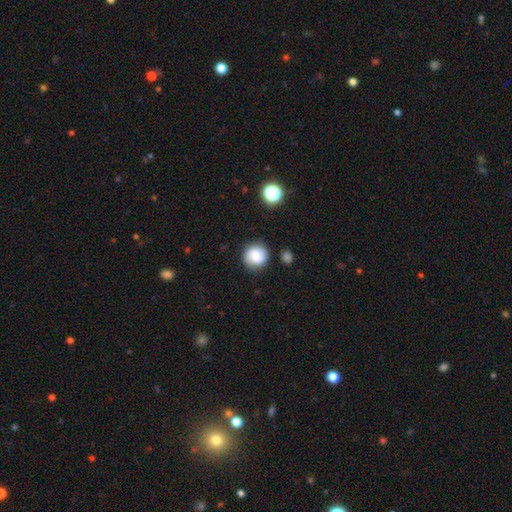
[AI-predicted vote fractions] smooth 79%, featured or disk 12%, star or artifact 9%. Down the decision tree: how rounded — round (90%); merging — none (81%).